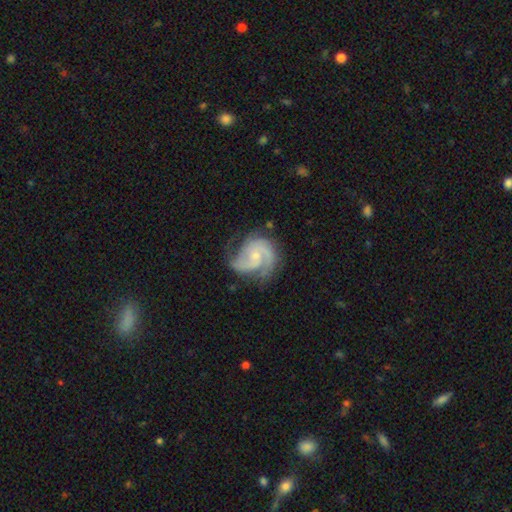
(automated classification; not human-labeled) featured or disk 88%, smooth 7%, star or artifact 5%. Down the decision tree: edge-on disk — no (98%); bar — no (66%); spiral arms — yes (98%); spiral arm count — 2 (45%); spiral winding — medium (49%); bulge size — small (68%); merging — none (65%).